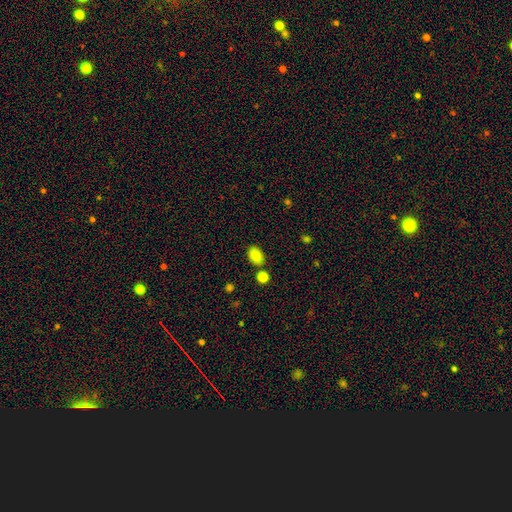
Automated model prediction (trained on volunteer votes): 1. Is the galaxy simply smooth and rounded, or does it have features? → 86% smooth, 9% star or artifact, 5% featured or disk.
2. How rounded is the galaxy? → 81% in between, 18% round, 1% cigar-shaped.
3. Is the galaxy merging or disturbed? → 80% none, 10% minor disturbance, 7% merger, 3% major disturbance.